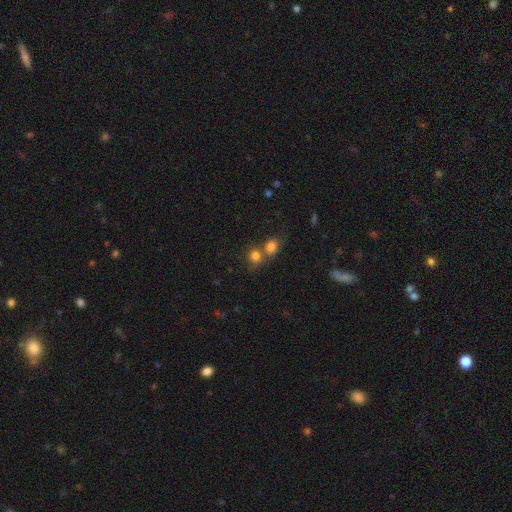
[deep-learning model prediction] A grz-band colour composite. It shows a smooth galaxy with no disk features (80%) that is round (74%). Merging: merger (47%).